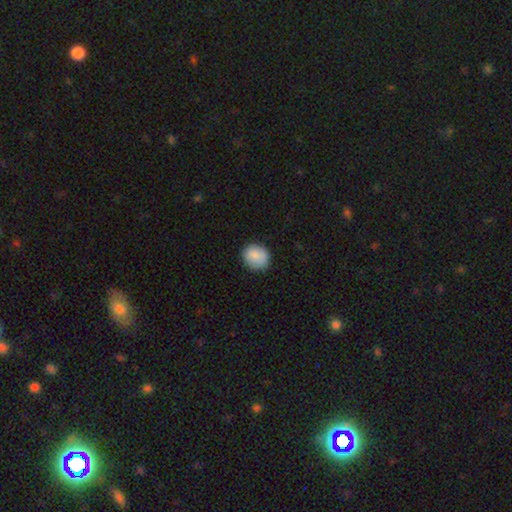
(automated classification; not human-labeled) The model was most divided on "how rounded": round: 75%, in between: 24%, cigar-shaped: 1%. More confident: smooth or featured — smooth (87%); merging — none (85%).